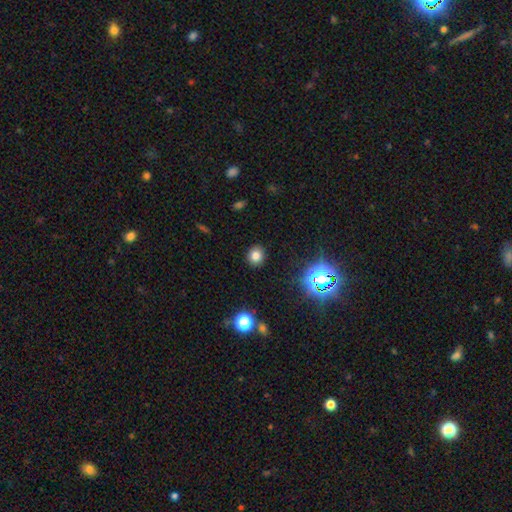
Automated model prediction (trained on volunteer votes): smooth-or-featured: smooth: 77% | star or artifact: 17% | featured or disk: 6%
  how-rounded: round: 78% | in between: 21% | cigar-shaped: 1%
  merging: none: 90% | minor disturbance: 6% | major disturbance: 2% | merger: 1%